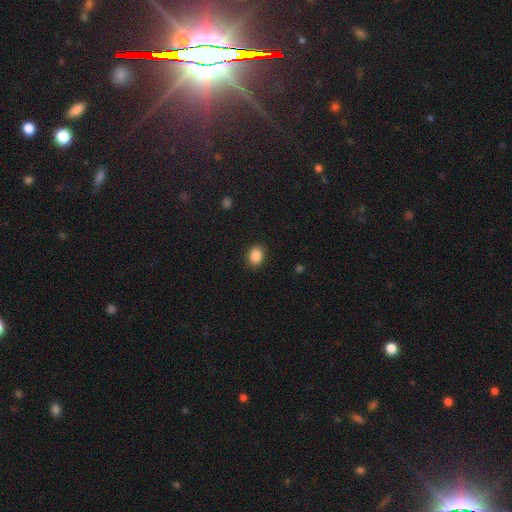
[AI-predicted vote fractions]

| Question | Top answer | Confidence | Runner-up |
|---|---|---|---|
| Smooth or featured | smooth | 88% | star or artifact (9%) |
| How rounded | round | 50% | in between (49%) |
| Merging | none | 89% | minor disturbance (8%) |